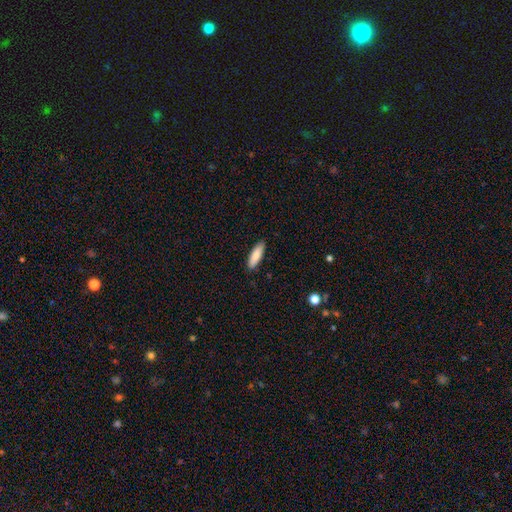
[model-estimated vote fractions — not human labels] A smooth galaxy with no disk features (85%) that is cigar-shaped (54%).

Vote fractions:
- Smooth or featured? smooth: 85% / featured or disk: 9% / star or artifact: 6%
- How rounded? cigar-shaped: 54% / in between: 45% / round: 2%
- Merging? none: 88% / minor disturbance: 9% / major disturbance: 2% / merger: 1%